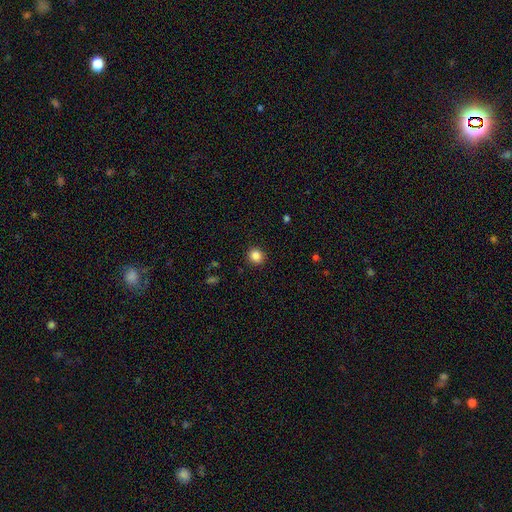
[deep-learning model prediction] The model was most divided on "how rounded": round: 87%, in between: 13%, cigar-shaped: 1%. More confident: merging — none (91%); smooth or featured — smooth (85%).